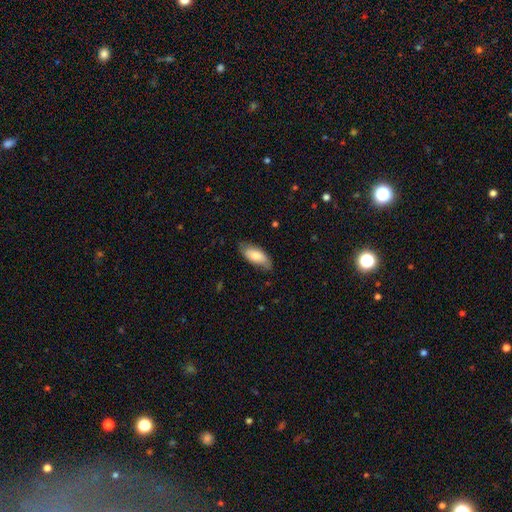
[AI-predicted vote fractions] Overall: smooth (74%). How rounded: in between (87%). Merging: none (75%).